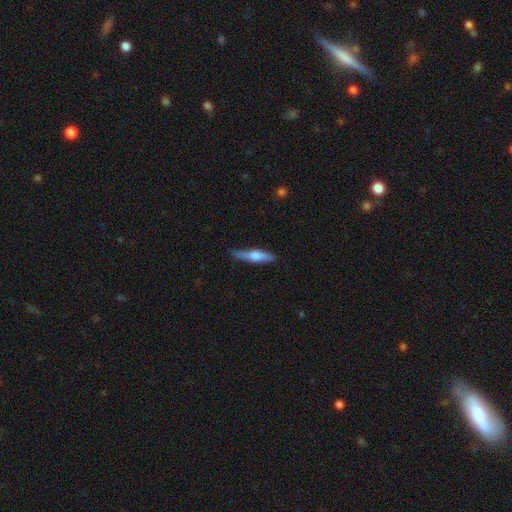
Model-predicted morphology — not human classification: Smooth or featured? smooth (51%)
How rounded? cigar-shaped (80%)
Merging? none (79%)